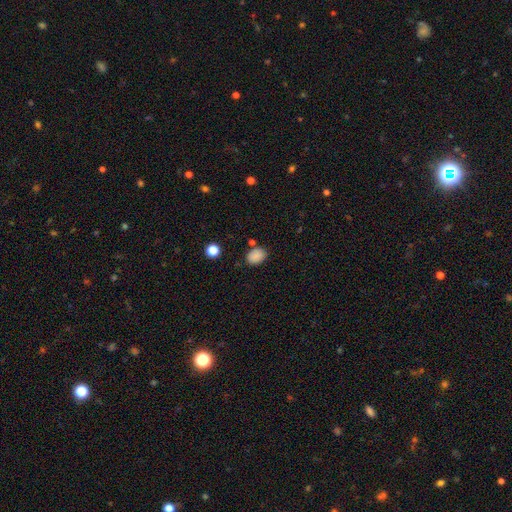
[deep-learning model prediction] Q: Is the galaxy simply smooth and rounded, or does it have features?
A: smooth — 86%.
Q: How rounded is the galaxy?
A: in between — 72%.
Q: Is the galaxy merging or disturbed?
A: none — 79%.